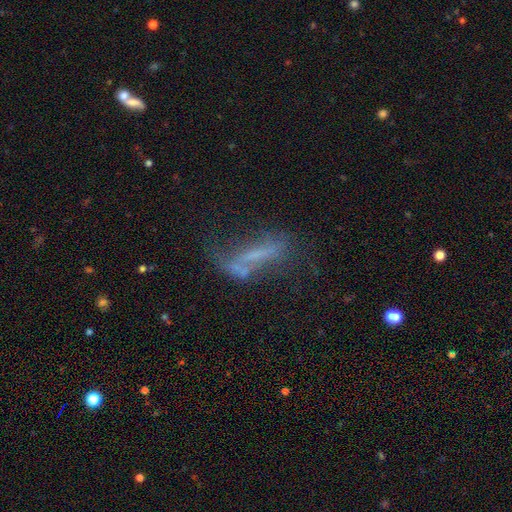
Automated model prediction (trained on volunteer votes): smooth_or_featured: featured or disk (p=0.53) [alt: smooth p=0.31]
disk_edge_on: no (p=0.74) [alt: yes p=0.26]
merging: none (p=0.35) [alt: major disturbance p=0.30]